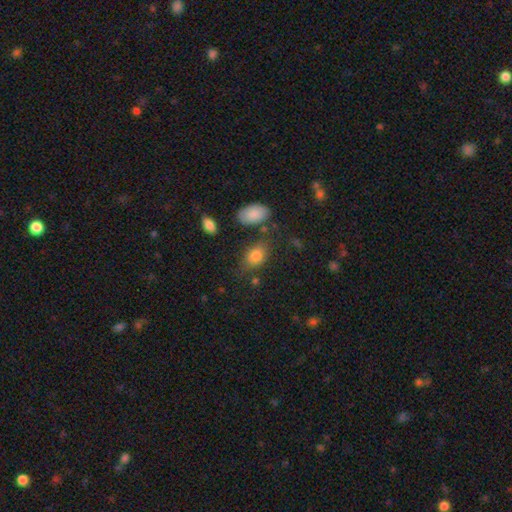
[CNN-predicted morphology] smooth 82%, star or artifact 10%, featured or disk 9%. Down the decision tree: how rounded — in between (82%); merging — none (67%).